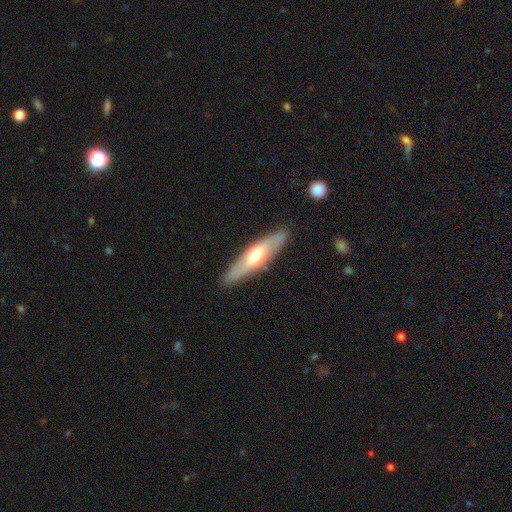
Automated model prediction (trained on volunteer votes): Smooth or featured? featured or disk (48%)
Merging? none (88%)